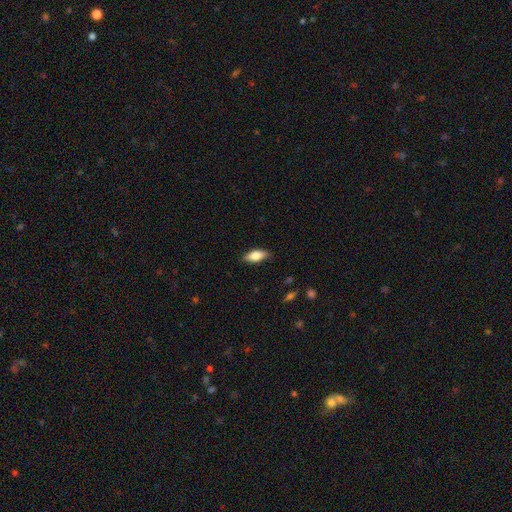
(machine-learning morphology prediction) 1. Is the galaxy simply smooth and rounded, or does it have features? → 75% smooth, 19% featured or disk, 7% star or artifact.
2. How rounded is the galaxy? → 79% in between, 19% cigar-shaped, 3% round.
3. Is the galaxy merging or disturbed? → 84% none, 13% minor disturbance, 2% major disturbance, 1% merger.